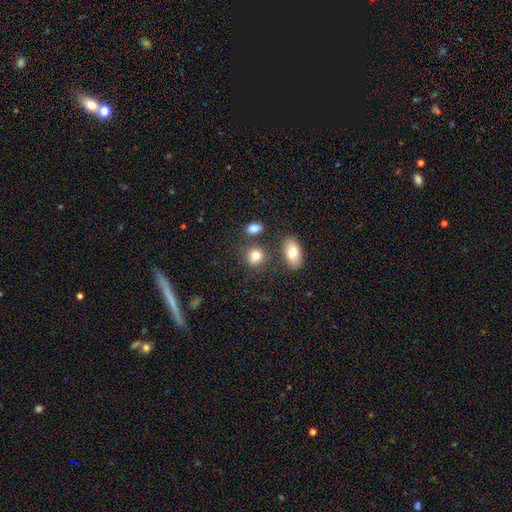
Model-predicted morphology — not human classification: Smooth or featured? smooth (83%)
How rounded? round (57%)
Merging? none (69%)